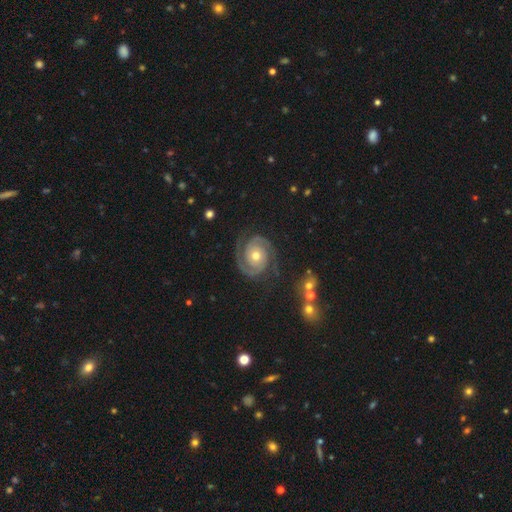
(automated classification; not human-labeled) A featured or disk galaxy (91%) with no bar (78%), 2 (93%) tight (66%) spiral arms (98%) and a moderate central bulge (68%).

Vote fractions:
- Smooth or featured? featured or disk: 91% / star or artifact: 5% / smooth: 4%
- Edge-on disk? no: 98% / yes: 2%
- Bar? no: 78% / weak: 16% / strong: 6%
- Spiral arms? yes: 98% / no: 2%
- Spiral winding? tight: 66% / medium: 29% / loose: 5%
- Spiral arm count? 2: 93% / 3: 2% / can't tell: 2% / 1: 1% / 4: 1% / more than 4: 1%
- Bulge size? moderate: 68% / small: 26% / large: 3% / none: 1% / dominant: 1%
- Merging? none: 84% / minor disturbance: 11% / major disturbance: 4% / merger: 2%